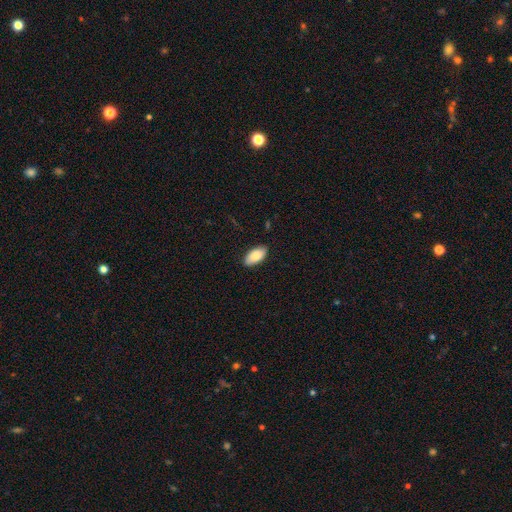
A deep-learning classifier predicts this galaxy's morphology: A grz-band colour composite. It shows a smooth galaxy with no disk features (85%) that is in between round and cigar-shaped (94%). Merging: none (84%).